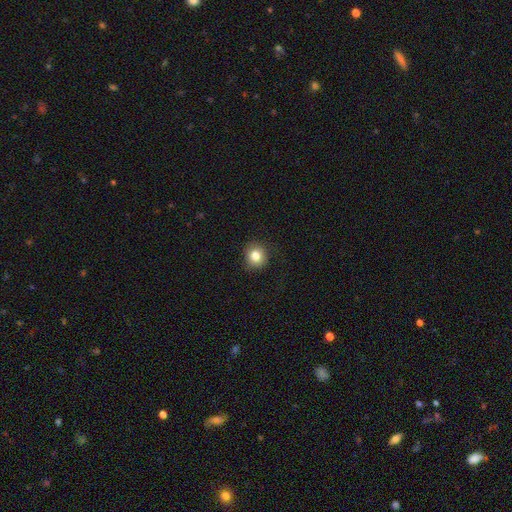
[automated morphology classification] The model was most divided on "smooth or featured": smooth: 82%, star or artifact: 10%, featured or disk: 7%. More confident: merging — none (88%); how rounded — round (86%).